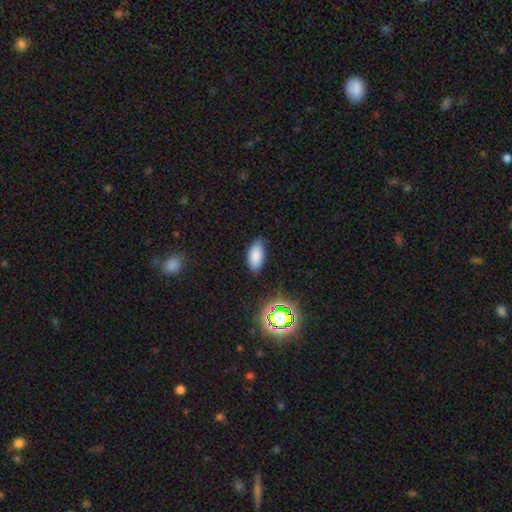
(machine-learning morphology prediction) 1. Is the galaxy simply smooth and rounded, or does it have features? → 83% smooth, 12% star or artifact, 6% featured or disk.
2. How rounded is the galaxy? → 92% in between, 5% cigar-shaped, 3% round.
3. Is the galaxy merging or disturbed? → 82% none, 14% minor disturbance, 3% major disturbance, 2% merger.